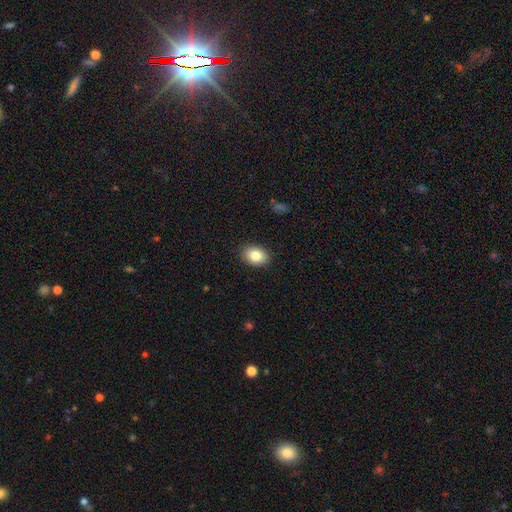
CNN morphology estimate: Smooth or featured: smooth — 84% (featured or disk — 8%)
How rounded: in between — 74% (round — 25%)
Merging: none — 89% (minor disturbance — 8%)